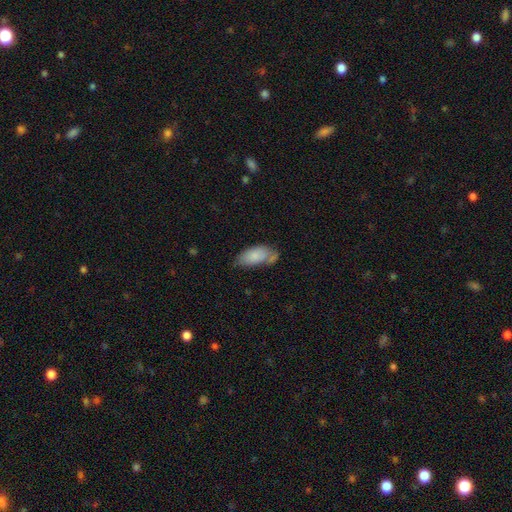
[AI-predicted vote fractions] This appears to be a smooth galaxy with no disk features (80%) that is in between round and cigar-shaped (91%). Merging: none (49%).